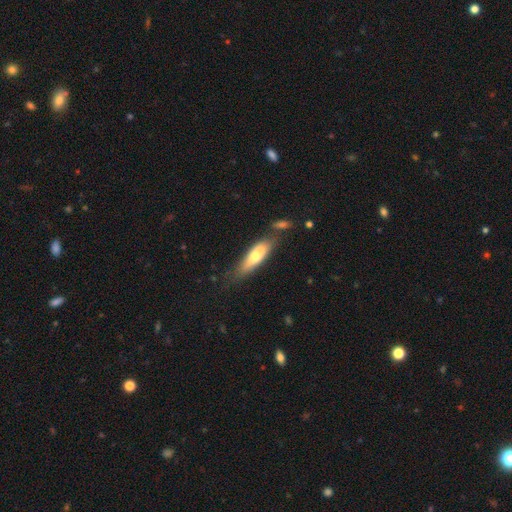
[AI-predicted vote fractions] A smooth galaxy with no disk features (66%) that is cigar-shaped (57%). Merging: none (59%).